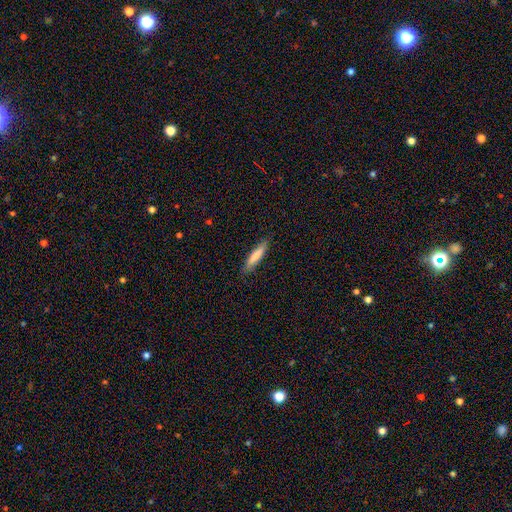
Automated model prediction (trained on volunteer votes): Smooth or featured: smooth — 80% (featured or disk — 14%)
How rounded: cigar-shaped — 87% (in between — 12%)
Merging: none — 87% (minor disturbance — 10%)